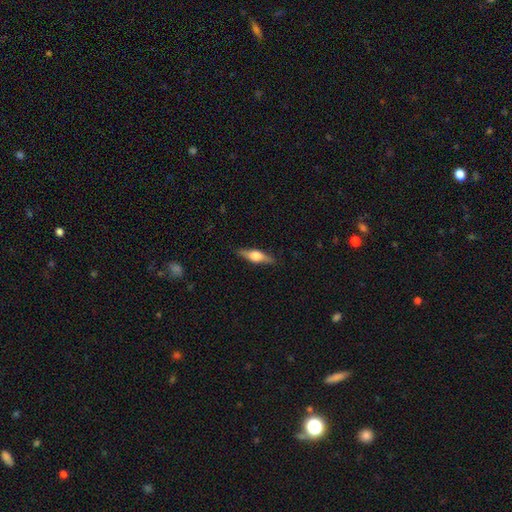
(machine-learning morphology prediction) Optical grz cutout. It shows a featured or disk galaxy (64%) viewed edge-on (96%) with a rounded central bulge (92%). Merging: none (88%).